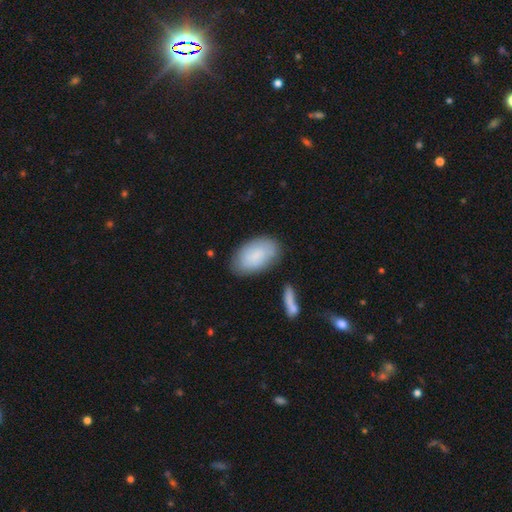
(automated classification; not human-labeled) Smooth or featured? smooth (79%)
How rounded? in between (94%)
Merging? none (76%)